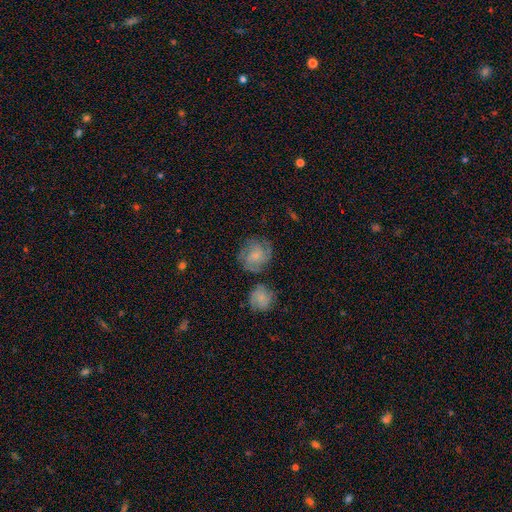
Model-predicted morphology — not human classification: smooth_or_featured: smooth (p=0.48) [alt: featured or disk p=0.43]
merging: none (p=0.64) [alt: minor disturbance p=0.19]